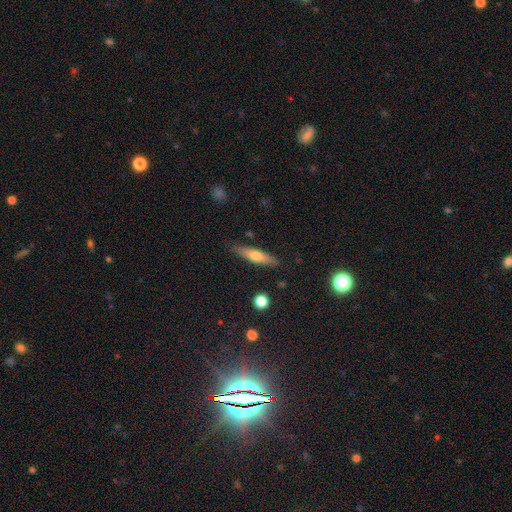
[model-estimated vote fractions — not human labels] smooth-or-featured: smooth: 55% | featured or disk: 39% | star or artifact: 7%
  how-rounded: cigar-shaped: 76% | in between: 22% | round: 2%
  merging: none: 86% | minor disturbance: 10% | major disturbance: 2% | merger: 2%